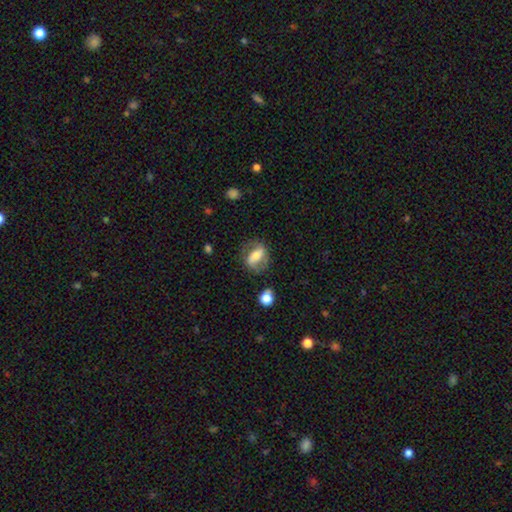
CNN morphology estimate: The model was most divided on "smooth or featured": featured or disk: 57%, smooth: 35%, star or artifact: 8%. More confident: edge-on disk — no (90%); spiral arms — yes (71%); merging — none (68%); bulge size — moderate (55%); bar — strong (54%).